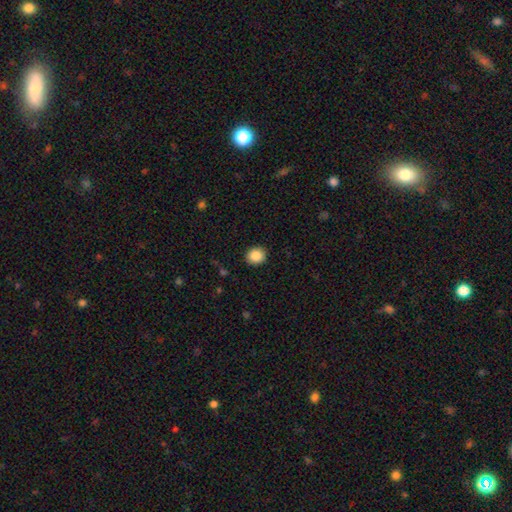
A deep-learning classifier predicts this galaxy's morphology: type=smooth (87%); roundness=round (78%); merging=none (90%).